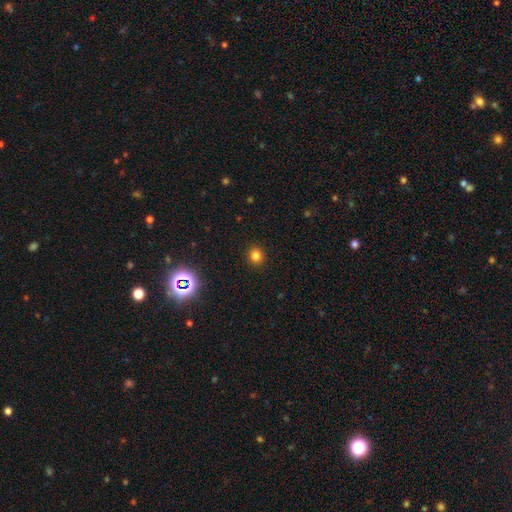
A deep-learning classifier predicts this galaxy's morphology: type=smooth (79%); roundness=round (87%); merging=none (91%).